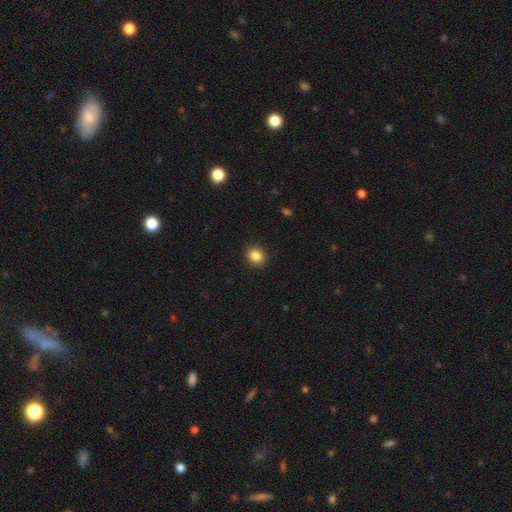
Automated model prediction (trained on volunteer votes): Smooth or featured: smooth — 85% (star or artifact — 10%)
How rounded: round — 77% (in between — 22%)
Merging: none — 91% (minor disturbance — 6%)